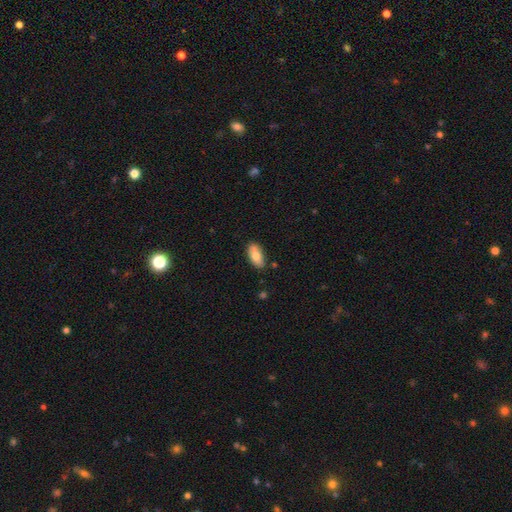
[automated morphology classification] Smooth or featured? smooth (76%)
How rounded? in between (90%)
Merging? none (80%)